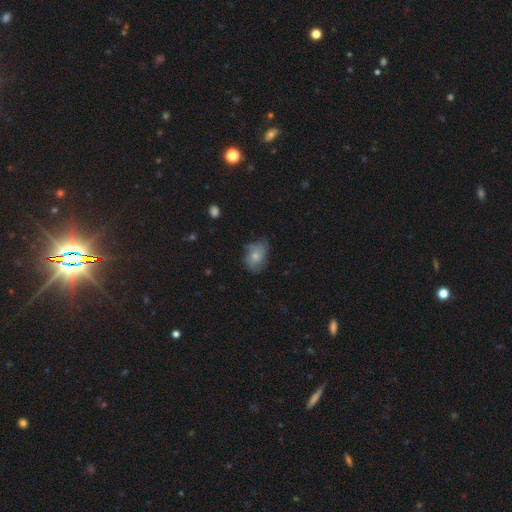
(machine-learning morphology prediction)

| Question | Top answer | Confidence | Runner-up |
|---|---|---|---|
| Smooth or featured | smooth | 69% | featured or disk (22%) |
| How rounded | in between | 71% | round (28%) |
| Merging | none | 54% | minor disturbance (33%) |